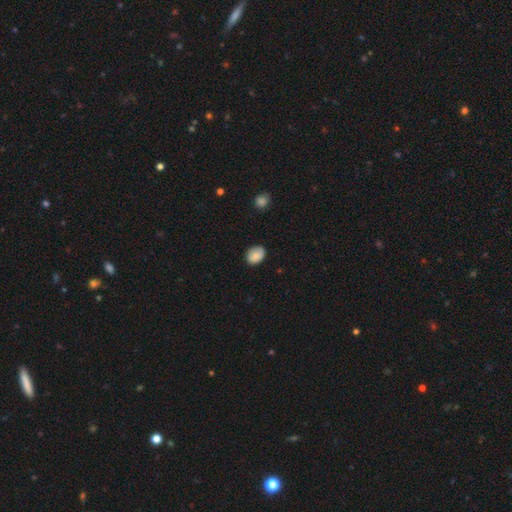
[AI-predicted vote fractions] smooth_or_featured: smooth (p=0.85) [alt: star or artifact p=0.08]
how_rounded: in between (p=0.62) [alt: round p=0.37]
merging: none (p=0.81) [alt: minor disturbance p=0.15]